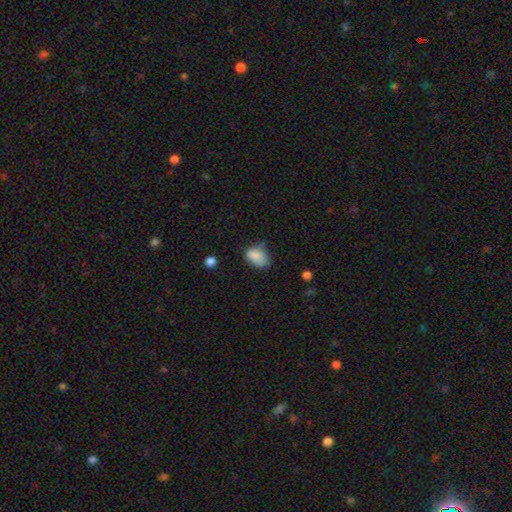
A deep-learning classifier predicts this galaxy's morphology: Smooth or featured? smooth (83%)
How rounded? in between (80%)
Merging? none (45%)